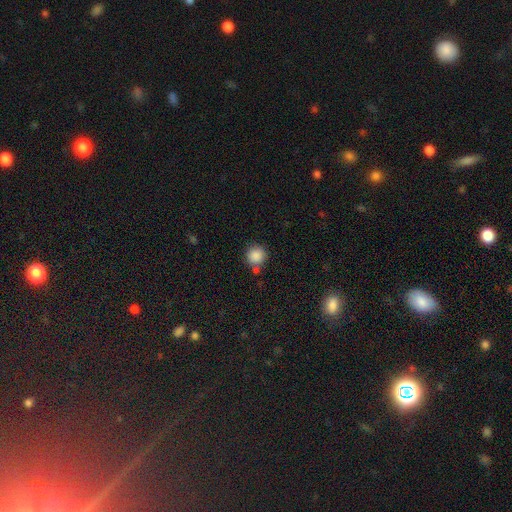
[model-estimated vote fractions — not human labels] smooth-or-featured: smooth: 87% | star or artifact: 9% | featured or disk: 4%
  how-rounded: round: 93% | in between: 6% | cigar-shaped: 1%
  merging: none: 68% | merger: 15% | minor disturbance: 13% | major disturbance: 4%